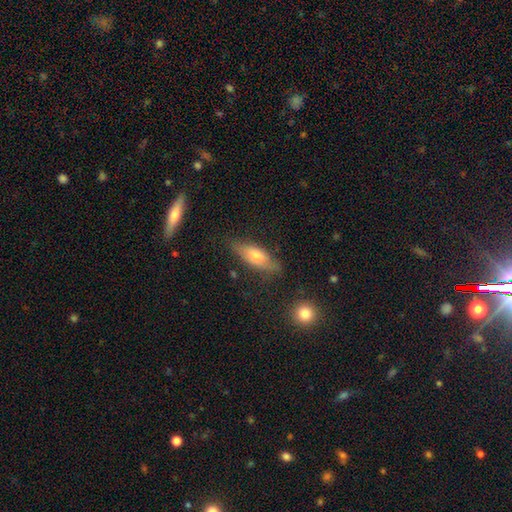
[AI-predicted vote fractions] smooth-or-featured: smooth: 56% | featured or disk: 37% | star or artifact: 7%
  how-rounded: in between: 54% | cigar-shaped: 43% | round: 3%
  merging: none: 76% | minor disturbance: 18% | major disturbance: 4% | merger: 2%